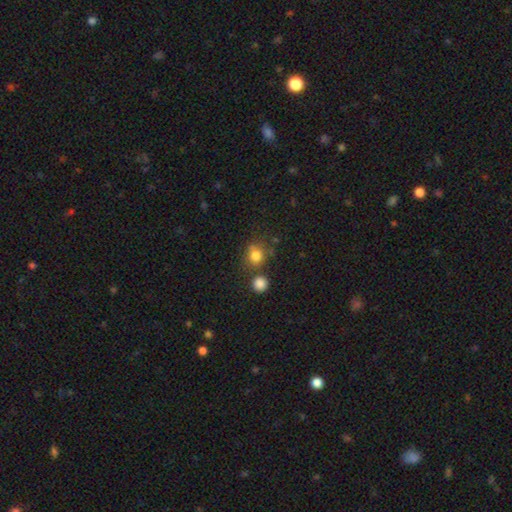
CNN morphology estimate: Smooth or featured? smooth (79%)
How rounded? round (79%)
Merging? none (63%)